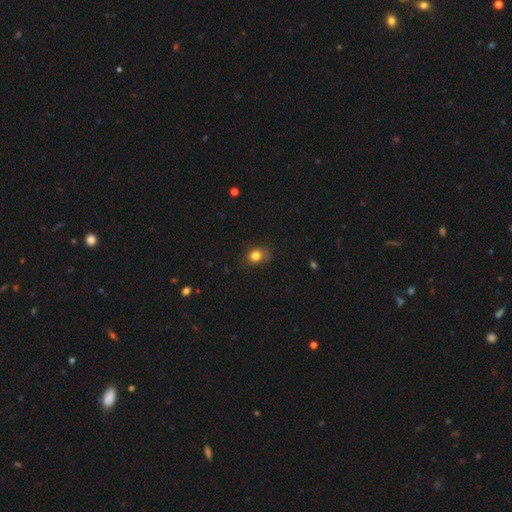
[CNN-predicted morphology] Q: Smooth or featured?
A: smooth (80%); runner-up: star or artifact (12%)
Q: How rounded?
A: round (64%); runner-up: in between (35%)
Q: Merging?
A: none (66%); runner-up: minor disturbance (24%)